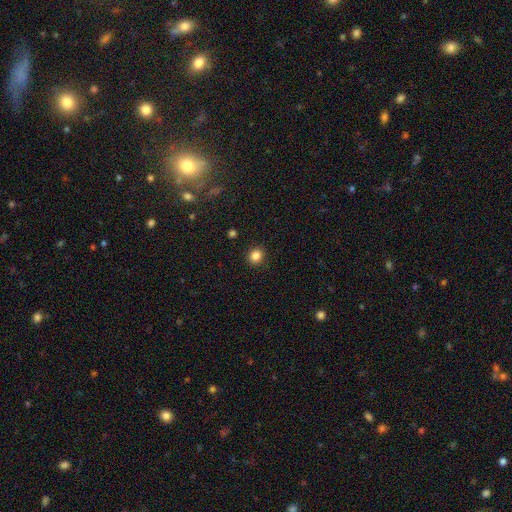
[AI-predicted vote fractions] Q: Smooth or featured?
A: smooth (84%); runner-up: star or artifact (12%)
Q: How rounded?
A: round (84%); runner-up: in between (15%)
Q: Merging?
A: none (92%); runner-up: minor disturbance (5%)